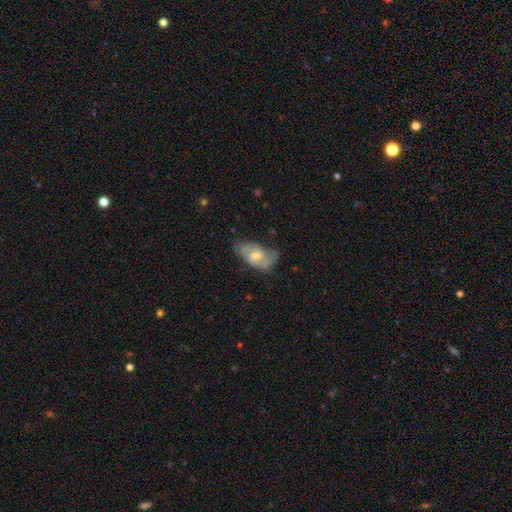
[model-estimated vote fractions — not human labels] Overall: featured or disk (64%; smooth 29%). Edge-on disk: no (94%). Bar: no (47%; weak 45%). Spiral arms: yes (84%). Spiral arm count: 2 (73%). Spiral winding: medium (47%; loose 29%). Bulge size: moderate (57%; small 34%). Merging: none (56%; minor disturbance 29%).